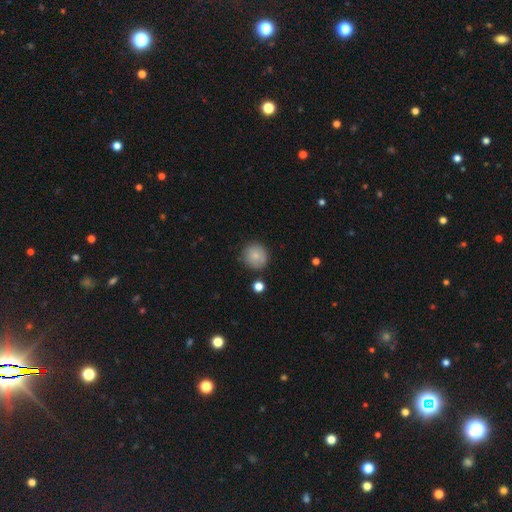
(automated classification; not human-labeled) Smooth or featured? smooth (81%)
How rounded? round (91%)
Merging? none (82%)